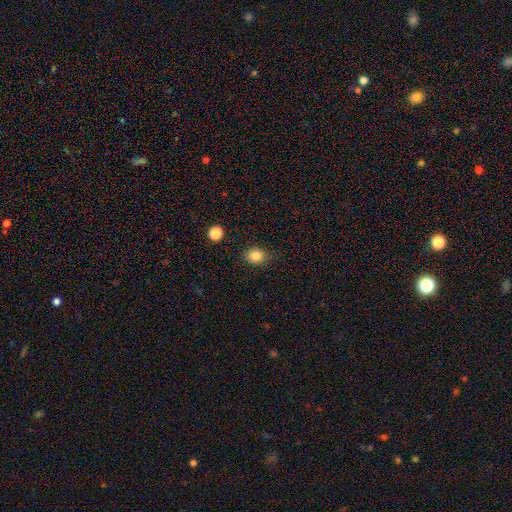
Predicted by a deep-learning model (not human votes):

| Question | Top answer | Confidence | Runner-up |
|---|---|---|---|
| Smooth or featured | smooth | 84% | star or artifact (11%) |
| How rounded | round | 57% | in between (42%) |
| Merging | none | 82% | minor disturbance (13%) |